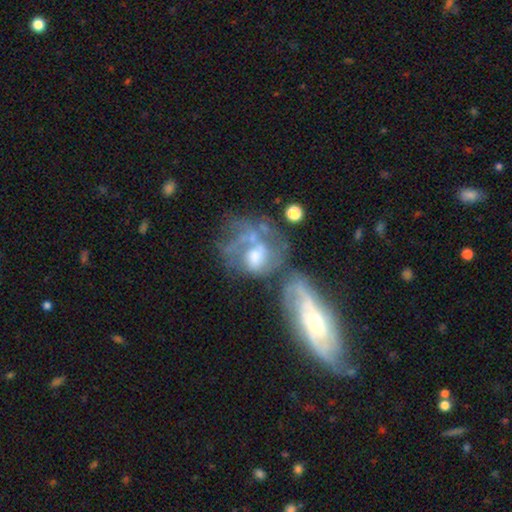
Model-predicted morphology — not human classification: This appears to be a featured or disk galaxy (62%) with no bar (64%), no spiral arms (53%) and a moderate central bulge (49%). Merging: merger (40%).